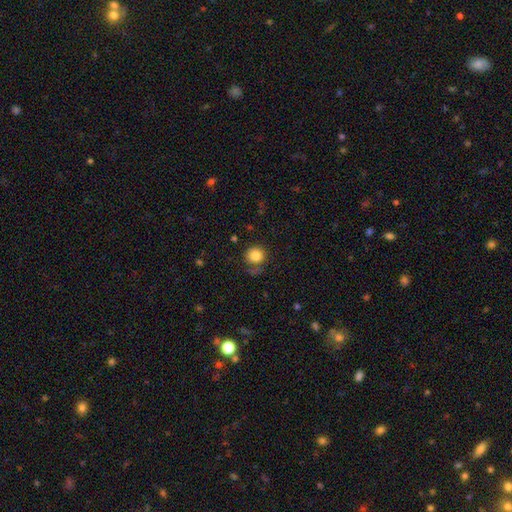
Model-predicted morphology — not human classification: Smooth or featured? Predicted: smooth (p=0.82). How rounded? Predicted: round (p=0.91). Merging? Predicted: none (p=0.68).